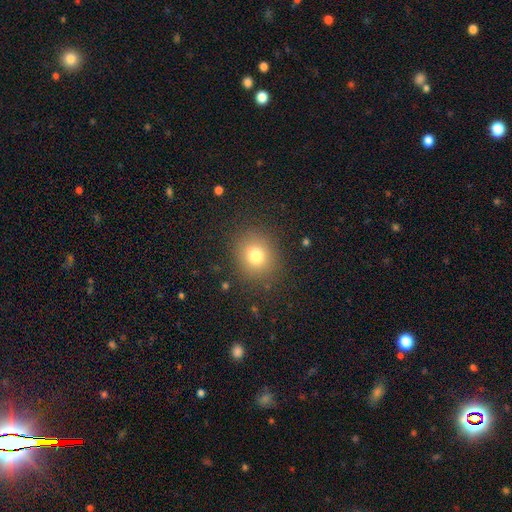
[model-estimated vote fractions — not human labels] smooth 76%, star or artifact 14%, featured or disk 10%. Down the decision tree: how rounded — round (78%); merging — none (87%).